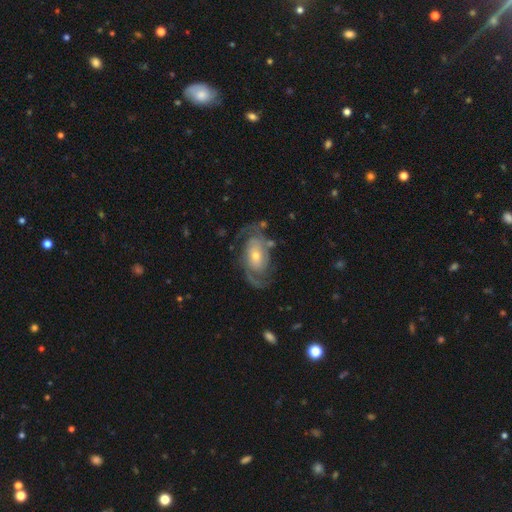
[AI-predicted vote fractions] This is clearly a featured or disk galaxy (83%). It is clearly not viewed edge-on (96%). Bar: likely no (61%). Spiral arm pattern: clearly yes (93%). Spiral arm count: clearly 2 (80%). Spiral winding: marginally medium (44%). Central bulge: possibly small (47%). Merging: likely none (69%).